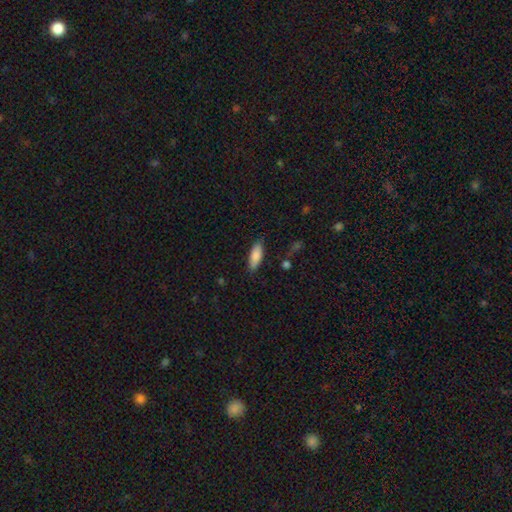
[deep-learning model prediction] smooth 84%, featured or disk 9%, star or artifact 6%. Down the decision tree: how rounded — in between (71%); merging — none (84%).